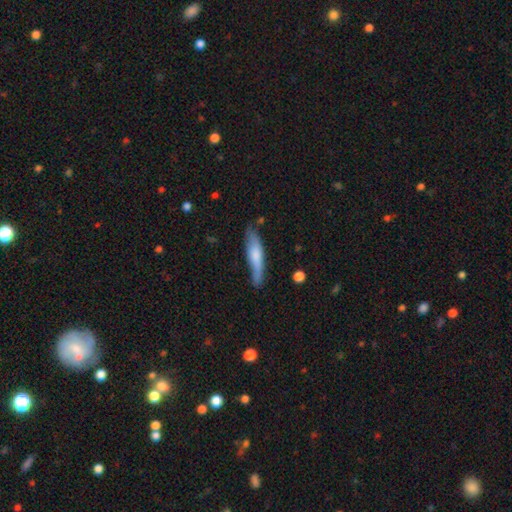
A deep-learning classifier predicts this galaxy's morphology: The model was most divided on "smooth or featured": smooth: 62%, featured or disk: 32%, star or artifact: 6%. More confident: how rounded — cigar-shaped (82%); merging — none (68%).